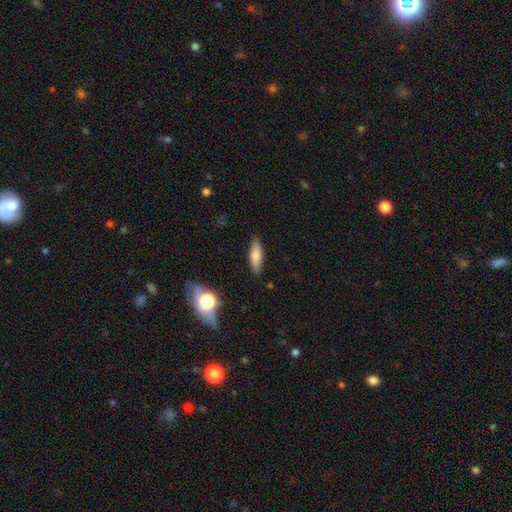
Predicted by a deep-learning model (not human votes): Overall: smooth (75%). How rounded: in between (52%; cigar-shaped 46%). Merging: none (84%).